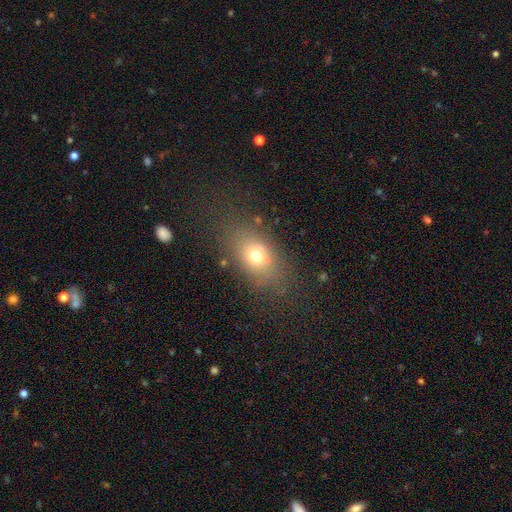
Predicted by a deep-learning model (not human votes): smooth-or-featured: smooth: 70% | featured or disk: 16% | star or artifact: 14%
  how-rounded: in between: 74% | round: 23% | cigar-shaped: 3%
  merging: none: 75% | minor disturbance: 14% | major disturbance: 8% | merger: 2%